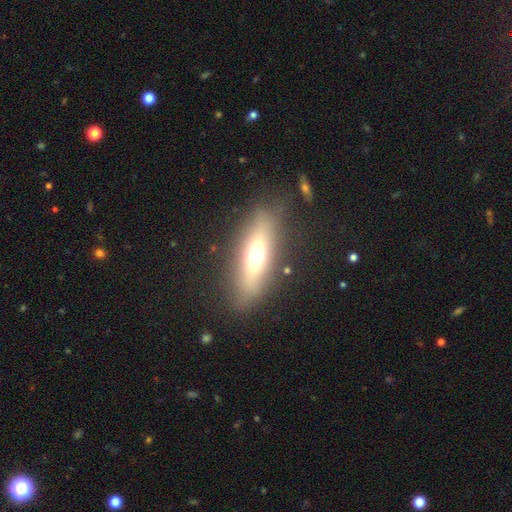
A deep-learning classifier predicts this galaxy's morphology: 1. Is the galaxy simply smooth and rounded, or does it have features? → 50% smooth, 41% featured or disk, 9% star or artifact.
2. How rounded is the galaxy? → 54% cigar-shaped, 42% in between, 3% round.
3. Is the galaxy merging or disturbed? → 82% none, 11% minor disturbance, 5% major disturbance, 2% merger.